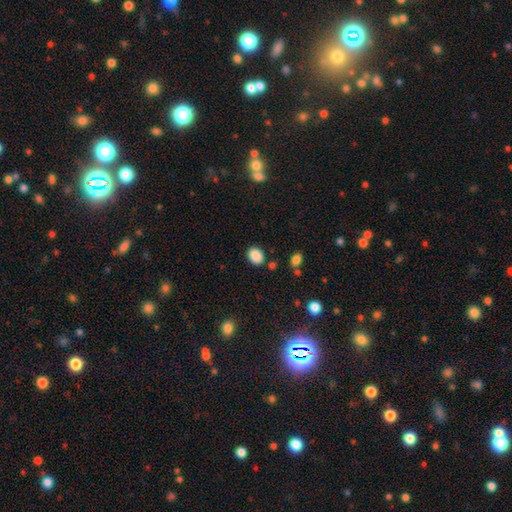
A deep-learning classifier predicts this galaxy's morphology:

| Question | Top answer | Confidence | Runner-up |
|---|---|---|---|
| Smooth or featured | smooth | 88% | star or artifact (9%) |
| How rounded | in between | 57% | round (42%) |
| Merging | none | 85% | minor disturbance (9%) |